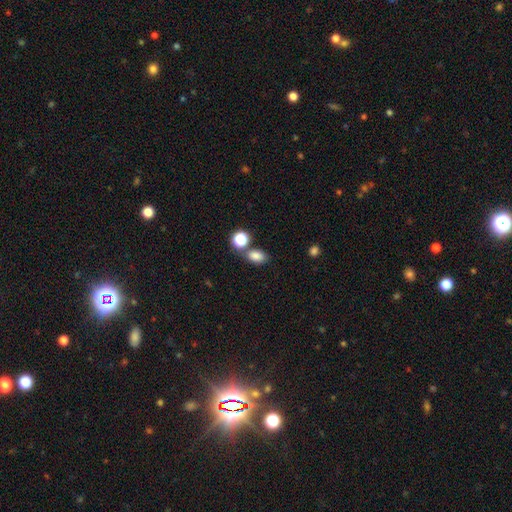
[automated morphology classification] type=smooth (82%); roundness=in between (79%); merging=none (64%).